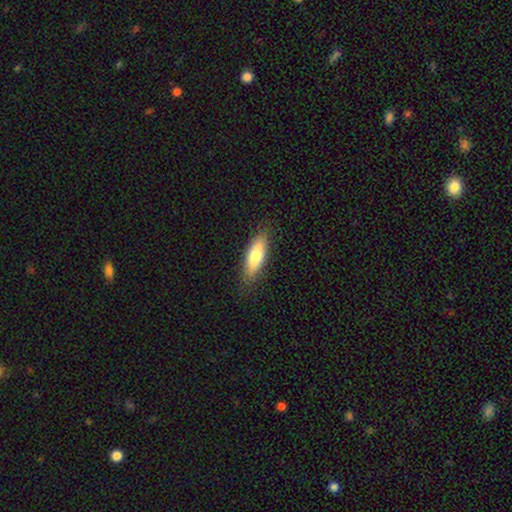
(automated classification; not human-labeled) Smooth or featured?
  - smooth: 76% *
  - featured or disk: 18%
  - star or artifact: 6%
How rounded?
  - in between: 54% *
  - cigar-shaped: 44%
  - round: 2%
Merging?
  - none: 86% *
  - minor disturbance: 11%
  - major disturbance: 2%
  - merger: 1%